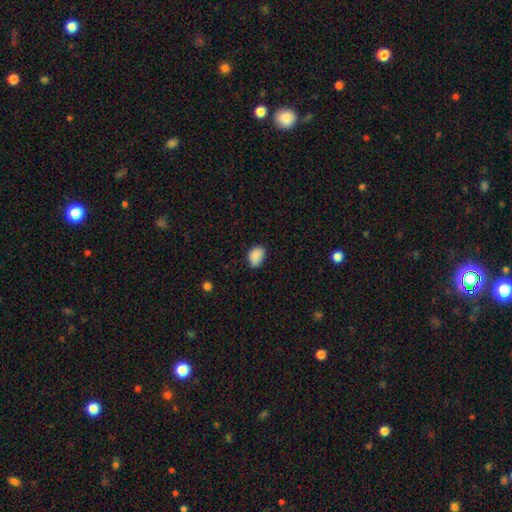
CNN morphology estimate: type=smooth (88%); roundness=in between (81%); merging=none (72%).